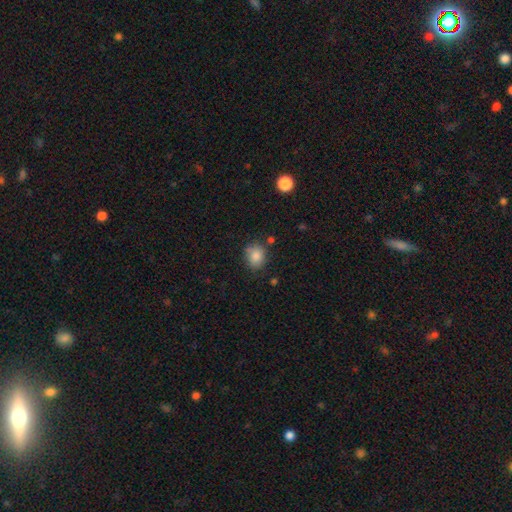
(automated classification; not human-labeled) Q: Smooth or featured?
A: smooth (84%); runner-up: star or artifact (9%)
Q: How rounded?
A: round (59%); runner-up: in between (40%)
Q: Merging?
A: none (73%); runner-up: minor disturbance (17%)